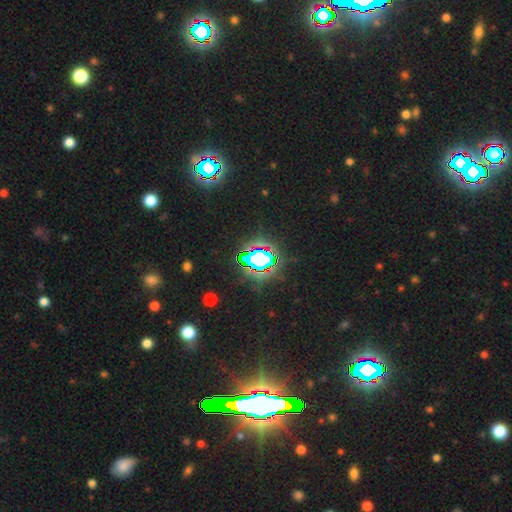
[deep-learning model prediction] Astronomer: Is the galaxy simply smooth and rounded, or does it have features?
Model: star or artifact — 75%.